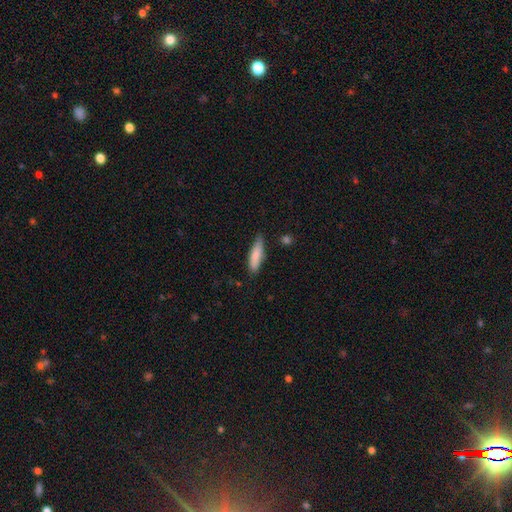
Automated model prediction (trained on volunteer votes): The model was most divided on "how rounded": cigar-shaped: 60%, in between: 38%, round: 2%. More confident: smooth or featured — smooth (83%); merging — none (71%).